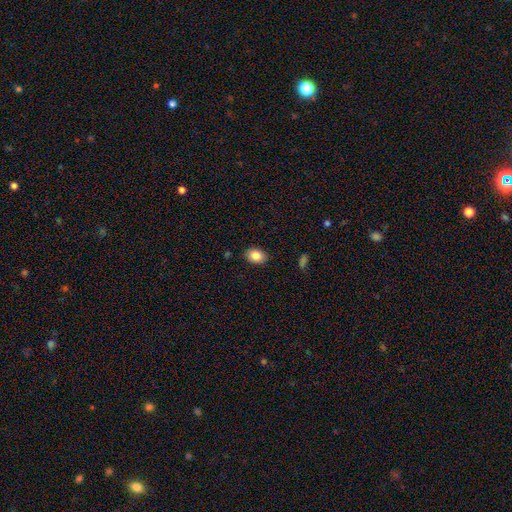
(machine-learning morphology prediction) This is clearly a smooth galaxy (85%). How rounded: likely in between (76%). Merging: clearly none (87%).